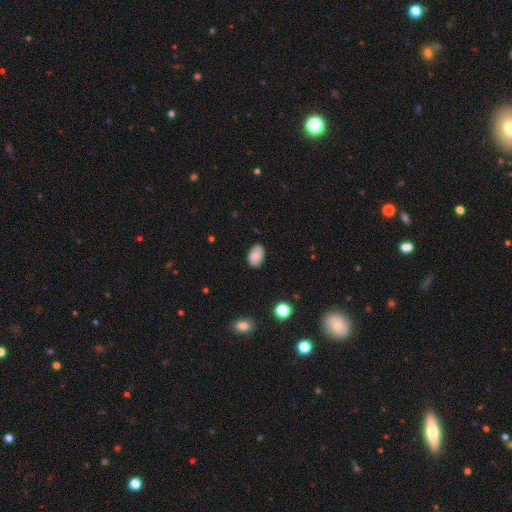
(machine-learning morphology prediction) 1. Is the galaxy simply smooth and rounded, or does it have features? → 86% smooth, 8% star or artifact, 7% featured or disk.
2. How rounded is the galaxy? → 88% in between, 11% round, 1% cigar-shaped.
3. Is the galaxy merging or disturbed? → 82% none, 15% minor disturbance, 2% major disturbance, 1% merger.